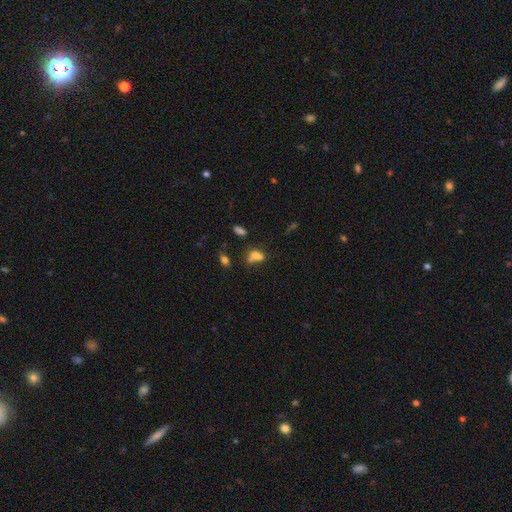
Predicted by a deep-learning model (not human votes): This appears to be a smooth galaxy with no disk features (68%) that is in between round and cigar-shaped (67%). Merging: merger (44%).